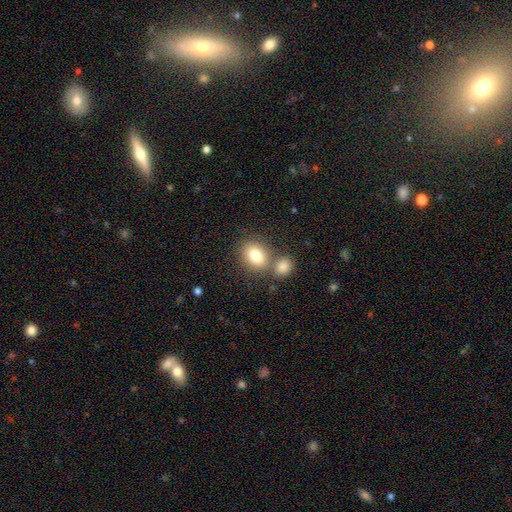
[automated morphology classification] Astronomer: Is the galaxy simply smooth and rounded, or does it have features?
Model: smooth — 81%.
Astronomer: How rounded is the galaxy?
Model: in between — 65%.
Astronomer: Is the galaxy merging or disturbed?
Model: none — 58%.